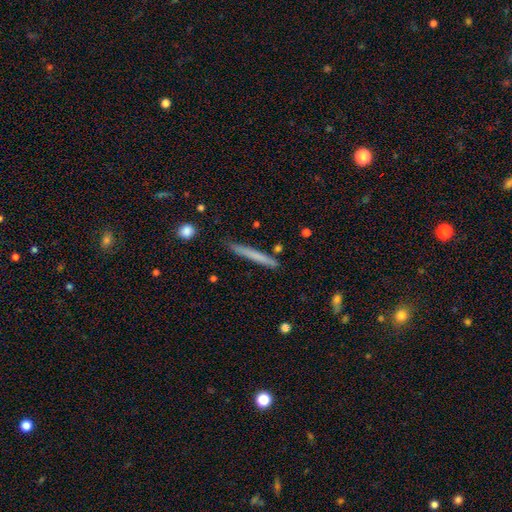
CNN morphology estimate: Smooth or featured? smooth (65%)
How rounded? cigar-shaped (97%)
Merging? none (86%)